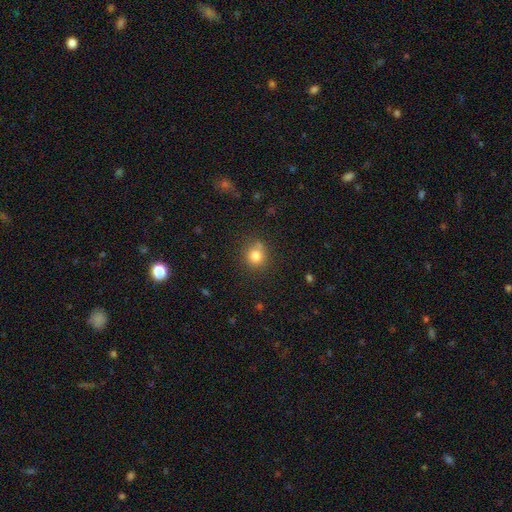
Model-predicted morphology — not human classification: Smooth or featured? Predicted: smooth (p=0.81). How rounded? Predicted: round (p=0.88). Merging? Predicted: none (p=0.75).